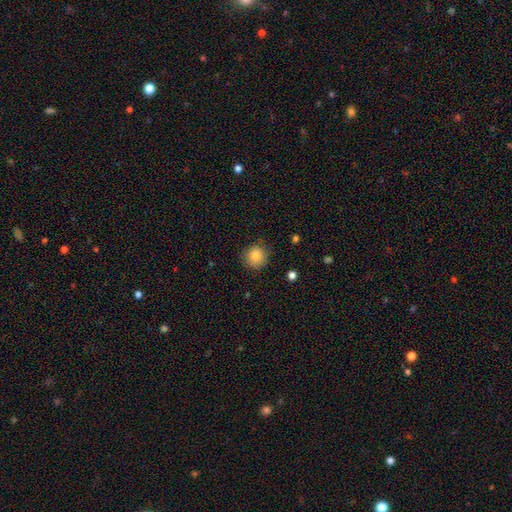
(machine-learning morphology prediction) smooth_or_featured: smooth (p=0.86) [alt: star or artifact p=0.09]
how_rounded: round (p=0.90) [alt: in between p=0.09]
merging: none (p=0.83) [alt: minor disturbance p=0.13]